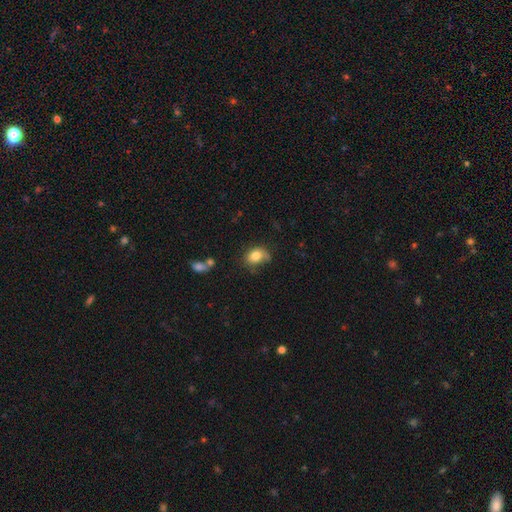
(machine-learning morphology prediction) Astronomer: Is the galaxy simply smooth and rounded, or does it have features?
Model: smooth — 81%.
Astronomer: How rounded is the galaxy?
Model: in between — 67%.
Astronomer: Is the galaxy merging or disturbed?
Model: none — 56%.